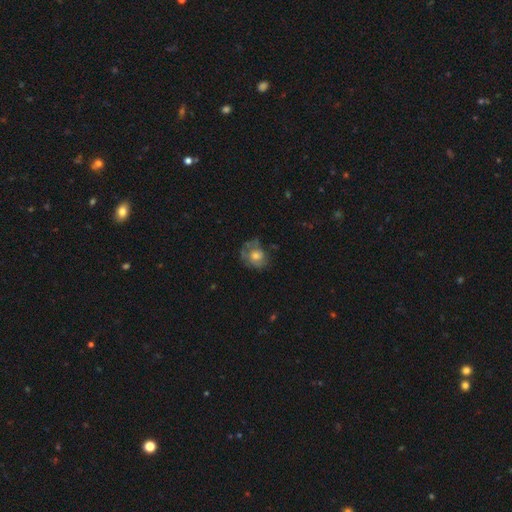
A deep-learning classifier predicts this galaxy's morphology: Q: Smooth or featured?
A: featured or disk (47%); runner-up: smooth (43%)
Q: Merging?
A: none (52%); runner-up: minor disturbance (26%)